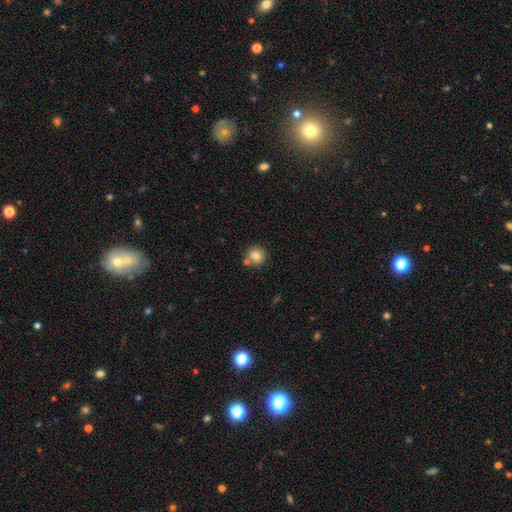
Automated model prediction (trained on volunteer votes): smooth-or-featured: smooth: 81% | star or artifact: 10% | featured or disk: 9%
  how-rounded: round: 90% | in between: 9% | cigar-shaped: 1%
  merging: none: 74% | merger: 14% | minor disturbance: 10% | major disturbance: 3%